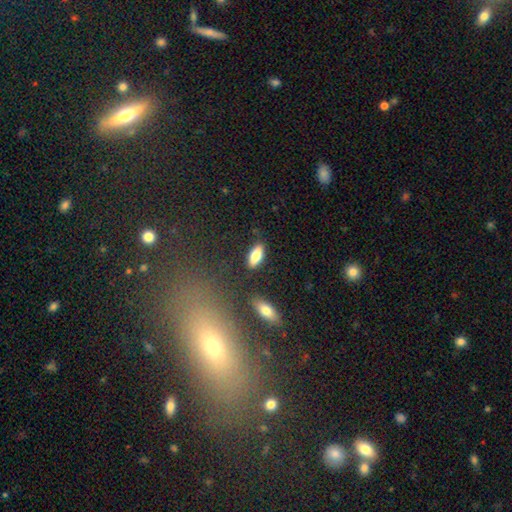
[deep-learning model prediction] Smooth or featured: smooth — 78% (featured or disk — 15%)
How rounded: in between — 79% (cigar-shaped — 19%)
Merging: none — 84% (minor disturbance — 11%)